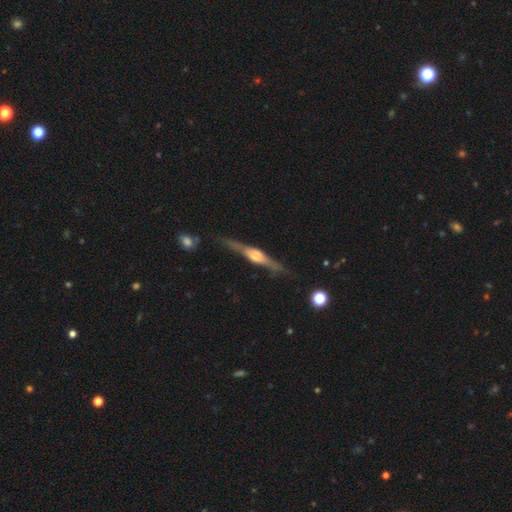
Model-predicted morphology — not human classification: Smooth or featured? Predicted: featured or disk (p=0.77). Edge-on disk? Predicted: yes (p=0.97). Edge-on bulge? Predicted: rounded (p=0.69). Merging? Predicted: none (p=0.81).